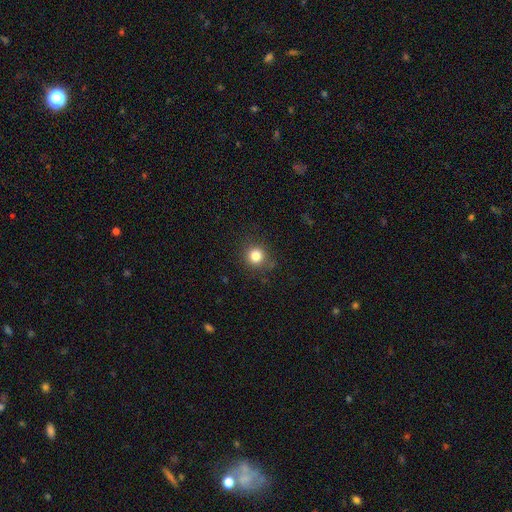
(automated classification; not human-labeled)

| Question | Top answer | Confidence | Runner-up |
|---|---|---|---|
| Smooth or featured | smooth | 82% | star or artifact (12%) |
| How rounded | round | 92% | in between (7%) |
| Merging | none | 87% | minor disturbance (9%) |